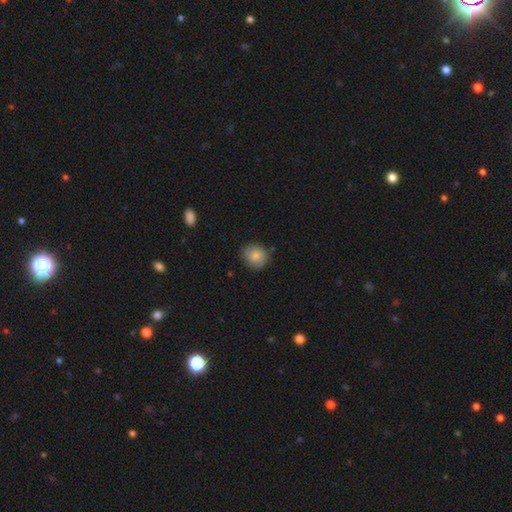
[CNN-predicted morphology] Smooth or featured?
  - smooth: 85% *
  - star or artifact: 8%
  - featured or disk: 7%
How rounded?
  - round: 82% *
  - in between: 17%
  - cigar-shaped: 1%
Merging?
  - none: 83% *
  - minor disturbance: 12%
  - major disturbance: 3%
  - merger: 2%